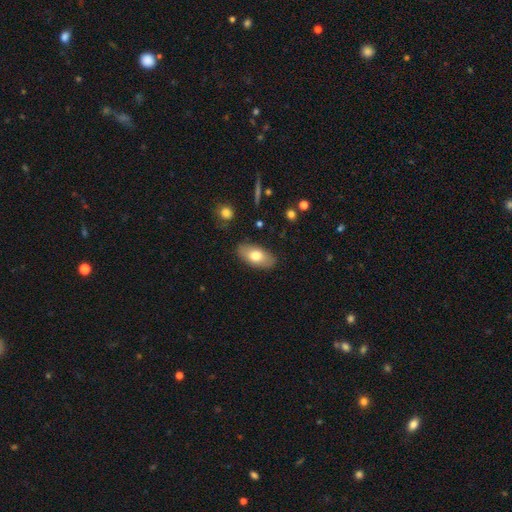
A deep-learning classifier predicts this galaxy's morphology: type=smooth (73%); roundness=in between (91%); merging=none (85%).